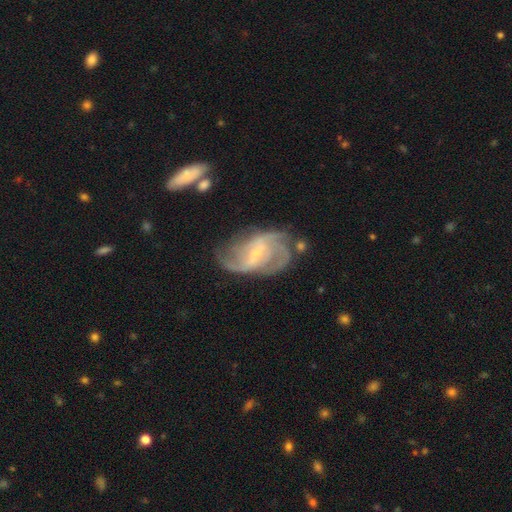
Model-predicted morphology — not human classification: smooth_or_featured: featured or disk (p=0.83) [alt: smooth p=0.10]
disk_edge_on: no (p=0.96) [alt: yes p=0.04]
bar: weak (p=0.49) [alt: strong p=0.28]
has_spiral_arms: yes (p=0.93) [alt: no p=0.07]
spiral_winding: medium (p=0.43) [alt: loose p=0.31]
spiral_arm_count: 2 (p=0.40) [alt: can't tell p=0.23]
bulge_size: small (p=0.66) [alt: moderate p=0.26]
merging: none (p=0.58) [alt: minor disturbance p=0.23]